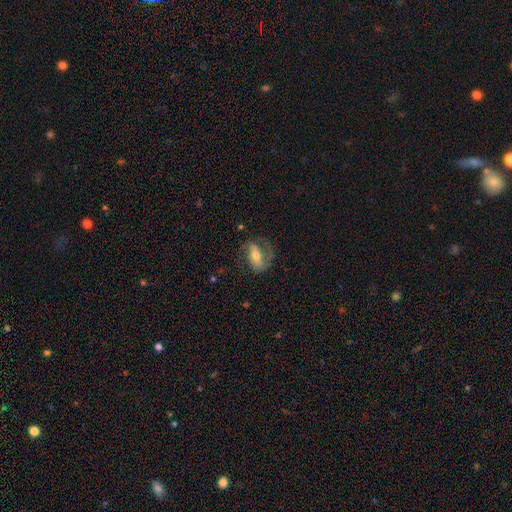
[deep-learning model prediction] smooth-or-featured: featured or disk: 66% | smooth: 27% | star or artifact: 7%
  disk-edge-on: no: 94% | yes: 6%
    bar: strong: 38% | weak: 33% | no: 29%
    has-spiral-arms: yes: 85% | no: 15%
      spiral-winding: medium: 45% | loose: 32% | tight: 23%
      spiral-arm-count: 2: 71% | 1: 19% | can't tell: 8% | 3: 1% | 4: 1% | more than 4: 1%
    bulge-size: moderate: 62% | small: 28% | large: 7% | none: 1% | dominant: 1%
  merging: none: 59% | minor disturbance: 20% | major disturbance: 19% | merger: 2%